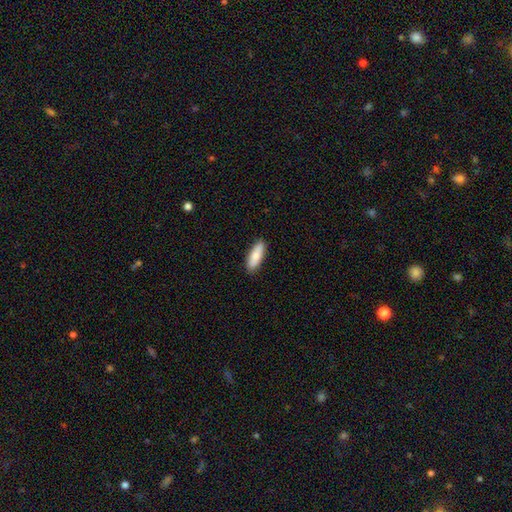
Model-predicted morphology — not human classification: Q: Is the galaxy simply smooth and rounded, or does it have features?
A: smooth — 85%.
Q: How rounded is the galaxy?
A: in between — 60%.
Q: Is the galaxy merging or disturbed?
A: none — 90%.